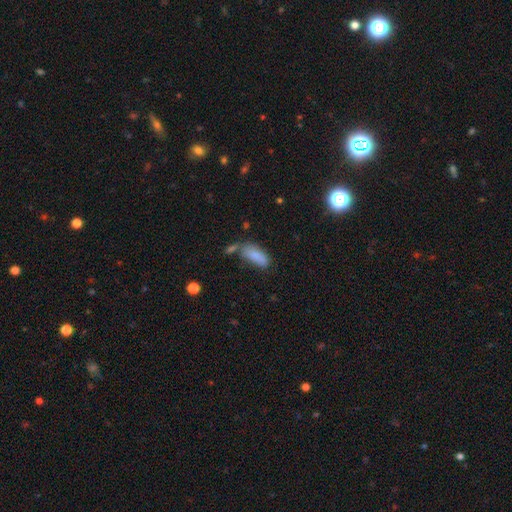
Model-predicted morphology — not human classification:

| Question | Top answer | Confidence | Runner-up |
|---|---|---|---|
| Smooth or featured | smooth | 84% | featured or disk (8%) |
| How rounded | in between | 79% | cigar-shaped (19%) |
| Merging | none | 50% | minor disturbance (24%) |